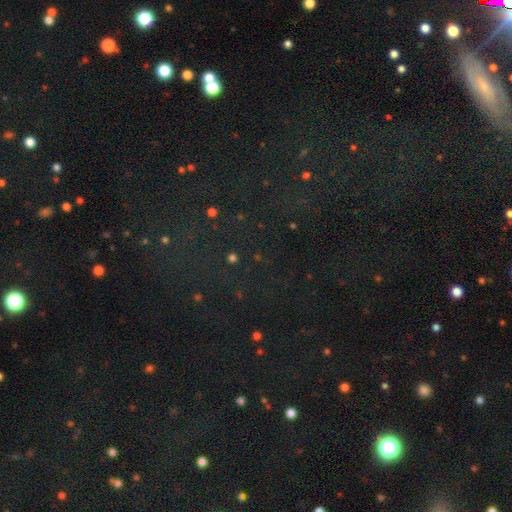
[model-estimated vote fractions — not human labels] Smooth or featured? Predicted: star or artifact (p=0.71).